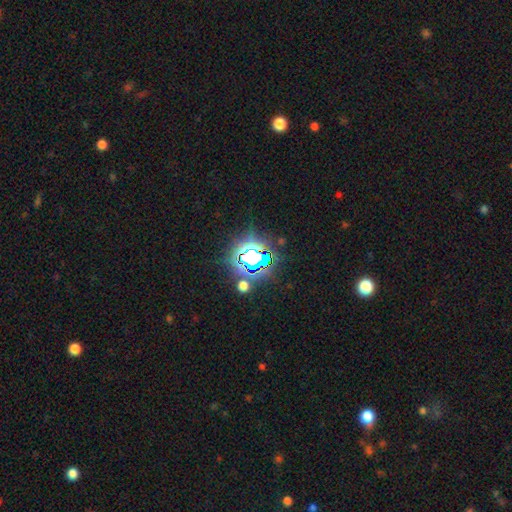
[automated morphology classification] Q: Smooth or featured?
A: star or artifact (77%); runner-up: smooth (14%)